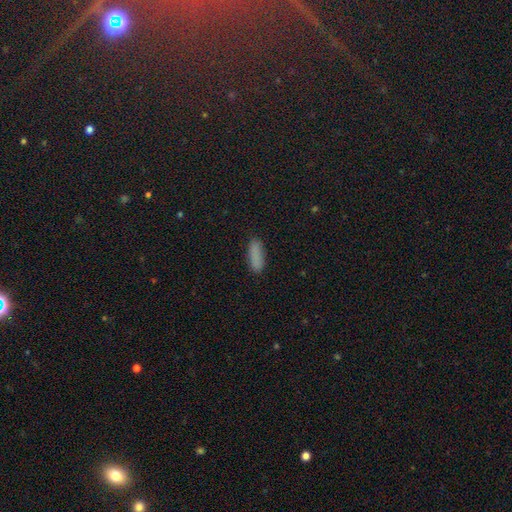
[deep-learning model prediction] smooth_or_featured: smooth (p=0.87) [alt: star or artifact p=0.08]
how_rounded: in between (p=0.60) [alt: cigar-shaped p=0.38]
merging: none (p=0.86) [alt: minor disturbance p=0.10]